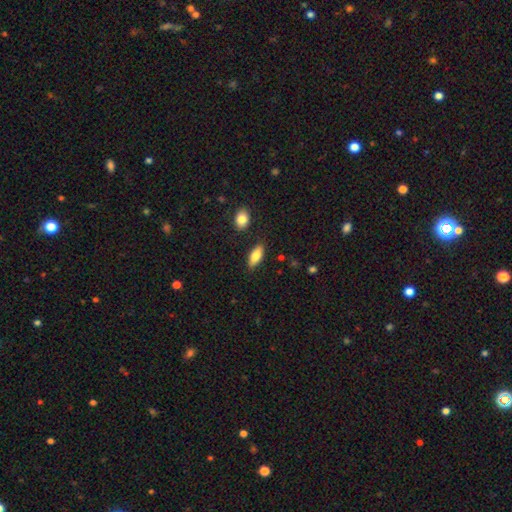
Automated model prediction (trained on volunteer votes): smooth-or-featured: smooth: 78% | featured or disk: 15% | star or artifact: 7%
  how-rounded: in between: 81% | cigar-shaped: 16% | round: 3%
  merging: none: 82% | minor disturbance: 12% | merger: 3% | major disturbance: 3%